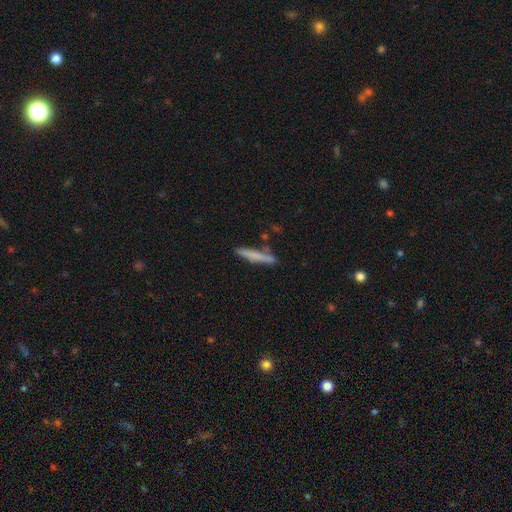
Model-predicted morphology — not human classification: smooth 70%, featured or disk 24%, star or artifact 6%. Down the decision tree: how rounded — cigar-shaped (95%); merging — none (80%).